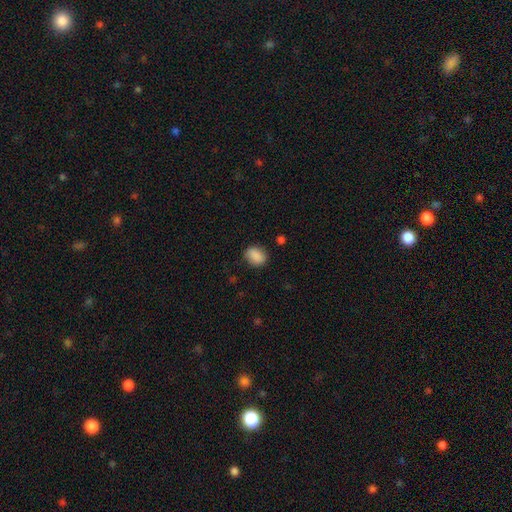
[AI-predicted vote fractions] This is clearly a smooth galaxy (88%). How rounded: likely in between (62%). Merging: clearly none (81%).